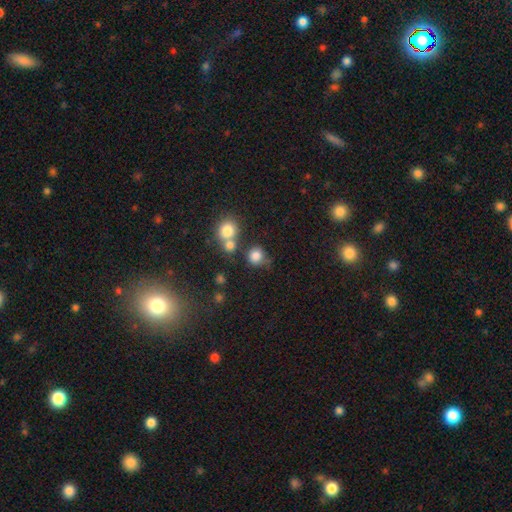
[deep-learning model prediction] Q: Smooth or featured?
A: smooth (81%); runner-up: star or artifact (12%)
Q: How rounded?
A: round (85%); runner-up: in between (14%)
Q: Merging?
A: none (60%); runner-up: merger (21%)